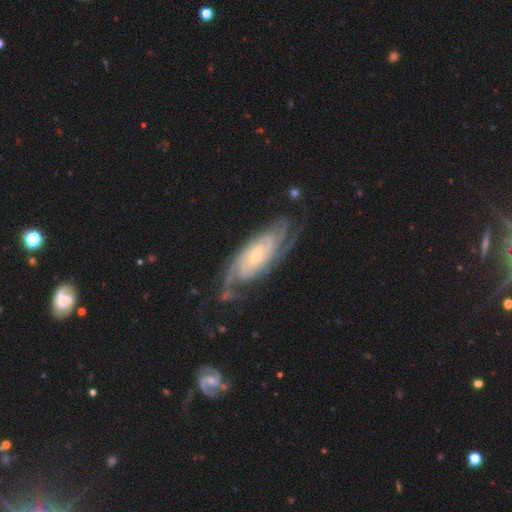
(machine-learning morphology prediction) A featured or disk galaxy (89%) with no bar (61%), tight (68%) spiral arms (98%) and a small central bulge (69%).

Vote fractions:
- Smooth or featured? featured or disk: 89% / smooth: 6% / star or artifact: 5%
- Edge-on disk? no: 92% / yes: 8%
- Bar? no: 61% / weak: 28% / strong: 11%
- Spiral arms? yes: 98% / no: 2%
- Spiral winding? tight: 68% / medium: 26% / loose: 6%
- Spiral arm count? can't tell: 26% / 2: 22% / 3: 20% / 4: 19% / more than 4: 8% / 1: 6%
- Bulge size? small: 69% / moderate: 26% / large: 2% / none: 2% / dominant: 1%
- Merging? none: 71% / minor disturbance: 18% / major disturbance: 9% / merger: 2%